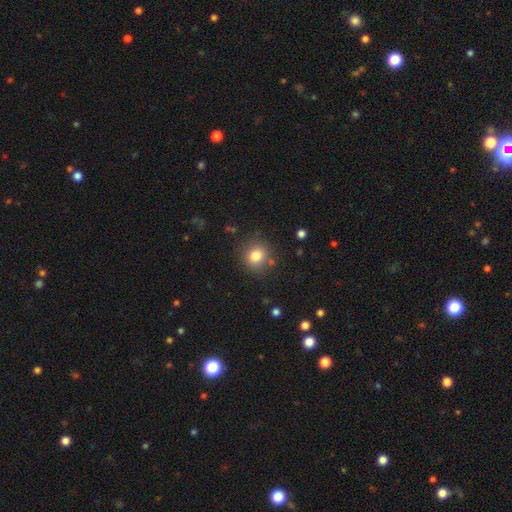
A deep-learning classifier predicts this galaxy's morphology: A smooth galaxy with no disk features (80%) that is round (84%). Merging: none (83%).